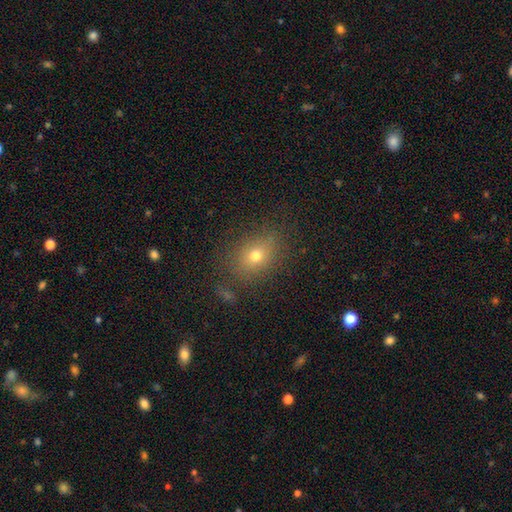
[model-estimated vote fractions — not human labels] smooth-or-featured: smooth: 71% | star or artifact: 16% | featured or disk: 13%
  how-rounded: in between: 53% | round: 45% | cigar-shaped: 2%
  merging: none: 80% | minor disturbance: 13% | major disturbance: 5% | merger: 2%